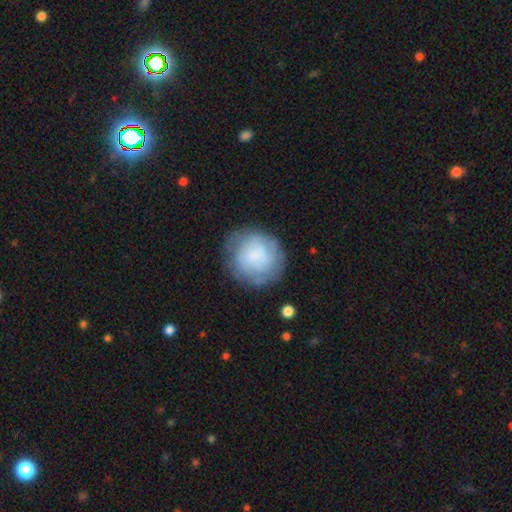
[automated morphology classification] smooth_or_featured: smooth (p=0.59) [alt: featured or disk p=0.33]
how_rounded: round (p=0.89) [alt: in between p=0.10]
merging: none (p=0.71) [alt: minor disturbance p=0.18]